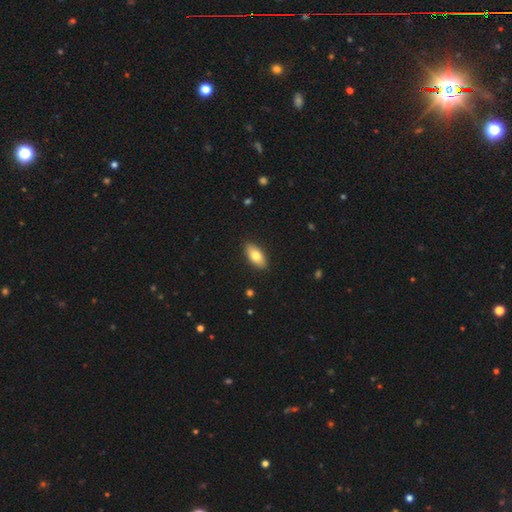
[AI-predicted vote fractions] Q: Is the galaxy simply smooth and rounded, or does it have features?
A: smooth — 76%.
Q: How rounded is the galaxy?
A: in between — 87%.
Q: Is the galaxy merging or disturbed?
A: none — 89%.